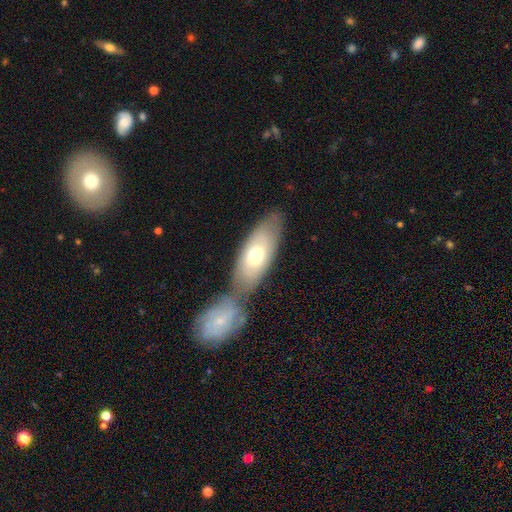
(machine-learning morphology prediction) This appears to be a smooth galaxy with no disk features (61%) that is in between round and cigar-shaped (78%). Merging: none (46%).